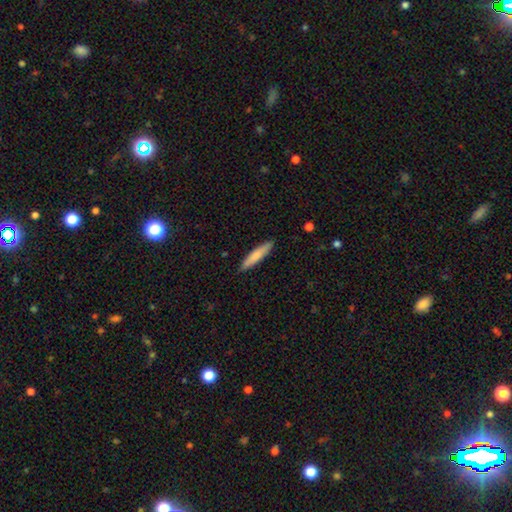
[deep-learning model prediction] Smooth or featured? smooth (78%)
How rounded? cigar-shaped (88%)
Merging? none (90%)